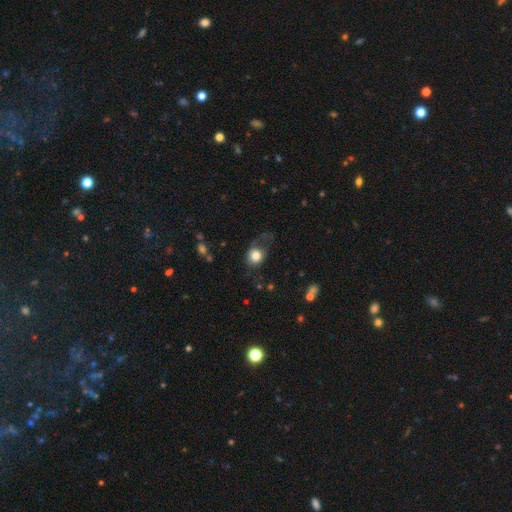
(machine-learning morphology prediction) This appears to be a smooth galaxy with no disk features (79%) that is round (72%). Merging: none (47%).